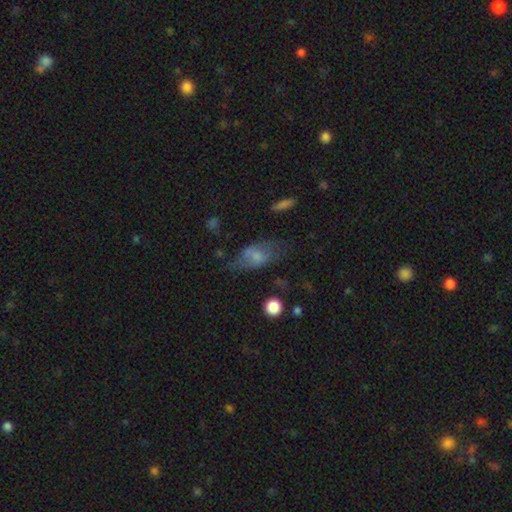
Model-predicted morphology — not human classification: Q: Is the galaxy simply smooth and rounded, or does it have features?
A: smooth — 58%.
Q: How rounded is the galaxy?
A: in between — 84%.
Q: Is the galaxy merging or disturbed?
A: none — 48%.